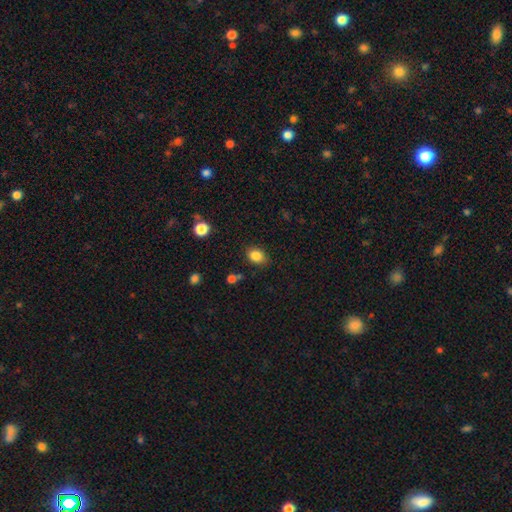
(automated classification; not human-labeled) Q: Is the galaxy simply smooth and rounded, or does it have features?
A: smooth — 85%.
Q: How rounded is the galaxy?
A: in between — 65%.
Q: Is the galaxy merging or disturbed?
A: none — 82%.